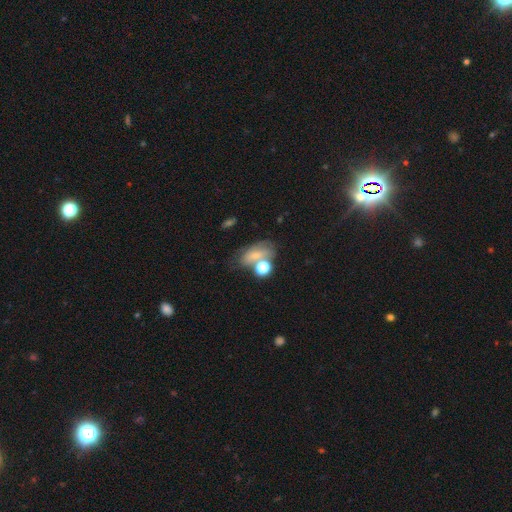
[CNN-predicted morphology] Smooth or featured? Predicted: smooth (p=0.61). How rounded? Predicted: in between (p=0.79). Merging? Predicted: none (p=0.36).